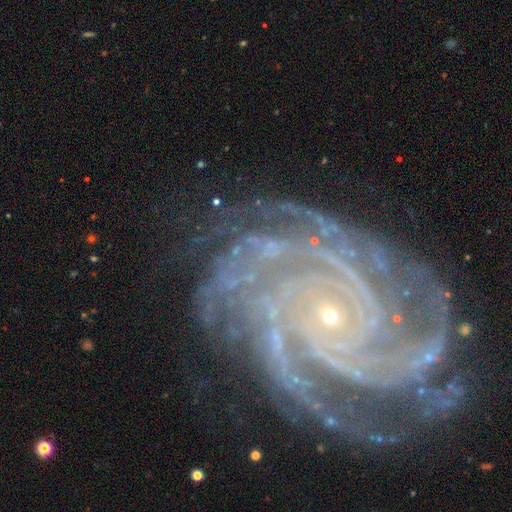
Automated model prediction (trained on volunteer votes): This is clearly a featured or disk galaxy (88%). It is clearly not viewed edge-on (98%). Bar: likely no (70%). Spiral arm pattern: clearly yes (98%). Spiral arm count: marginally more than 4 (22%). Spiral winding: likely tight (78%). Central bulge: clearly small (86%). Merging: likely none (73%).